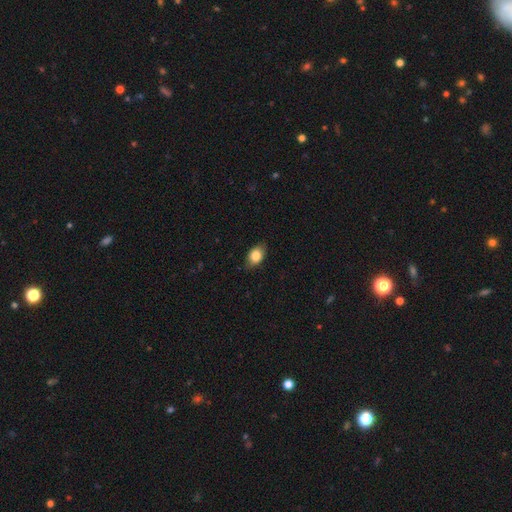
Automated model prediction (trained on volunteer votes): smooth 83%, featured or disk 9%, star or artifact 8%. Down the decision tree: how rounded — in between (83%); merging — none (81%).